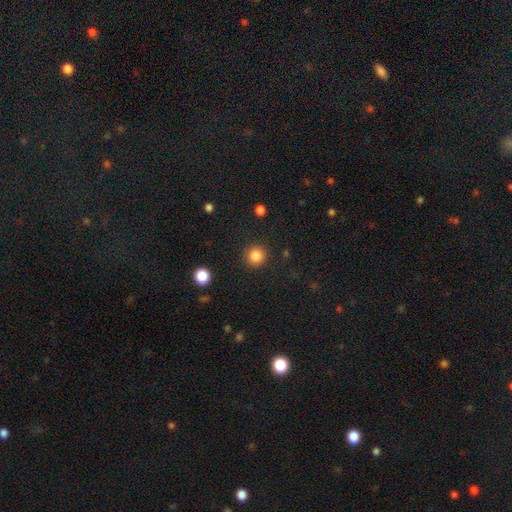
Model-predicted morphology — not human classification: smooth 85%, star or artifact 11%, featured or disk 4%. Down the decision tree: how rounded — round (94%); merging — none (91%).